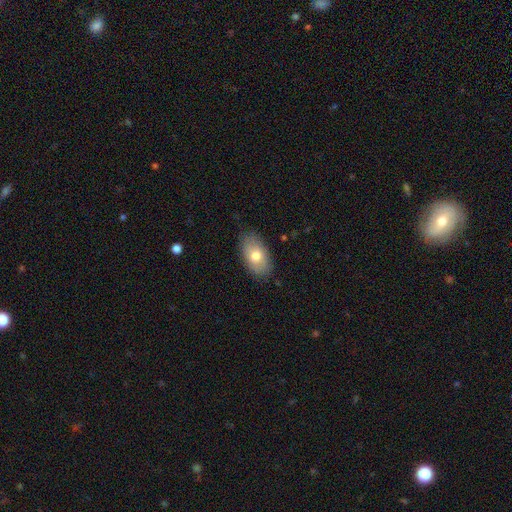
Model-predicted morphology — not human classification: Smooth or featured: smooth — 74% (featured or disk — 19%)
How rounded: in between — 93% (round — 6%)
Merging: none — 83% (minor disturbance — 13%)